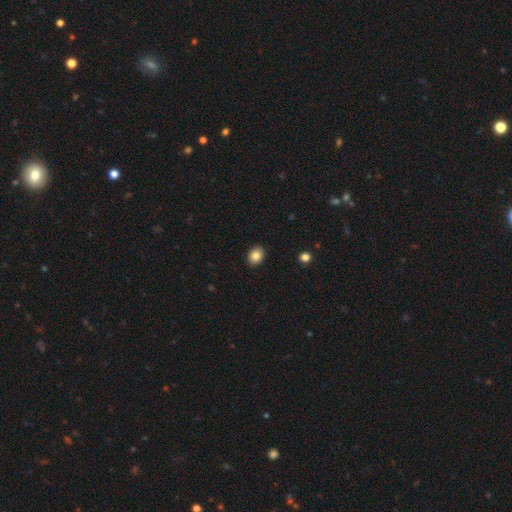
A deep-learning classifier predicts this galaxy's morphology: A smooth galaxy with no disk features (84%) that is in between round and cigar-shaped (51%).

Vote fractions:
- Smooth or featured? smooth: 84% / star or artifact: 9% / featured or disk: 6%
- How rounded? in between: 51% / round: 48% / cigar-shaped: 1%
- Merging? none: 90% / minor disturbance: 7% / major disturbance: 2% / merger: 1%